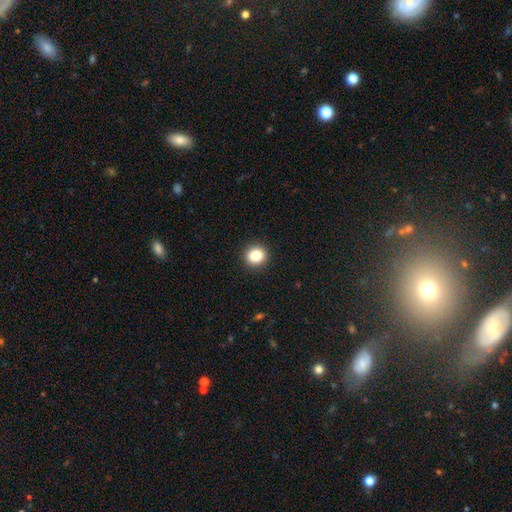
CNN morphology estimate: Smooth or featured: smooth — 85% (star or artifact — 10%)
How rounded: round — 88% (in between — 11%)
Merging: none — 92% (minor disturbance — 5%)